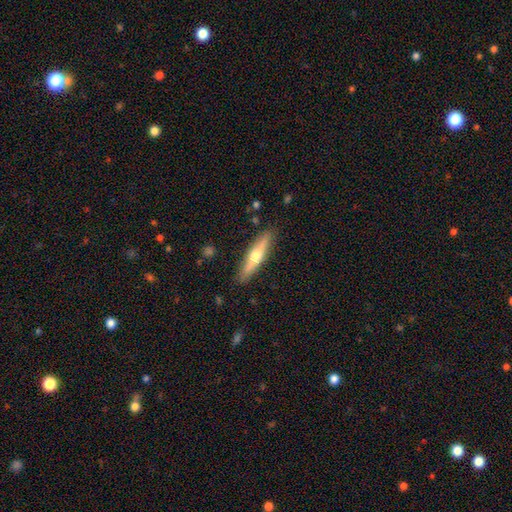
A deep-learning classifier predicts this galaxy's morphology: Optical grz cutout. It shows a featured or disk galaxy (51%) viewed edge-on (89%). Merging: none (87%).